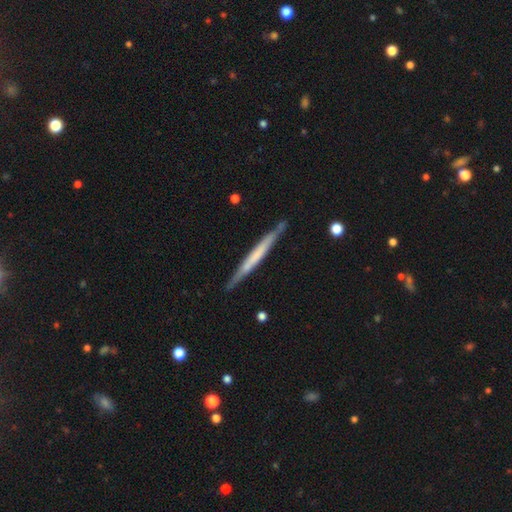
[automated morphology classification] This is possibly a featured or disk galaxy (56%). It is clearly viewed edge-on (96%). Edge-on bulge: likely none (73%). Merging: clearly none (85%).